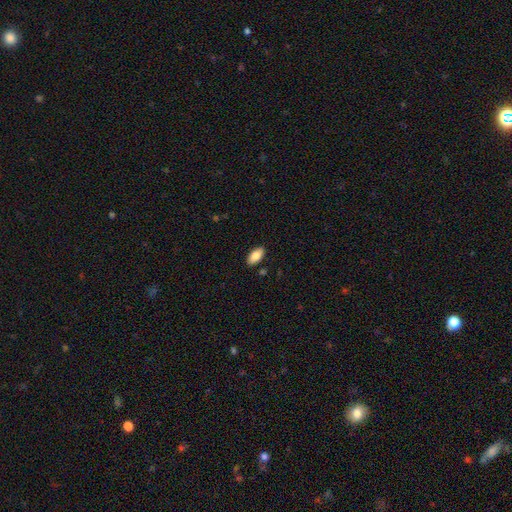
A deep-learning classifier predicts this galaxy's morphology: The model was most divided on "smooth or featured": smooth: 82%, featured or disk: 11%, star or artifact: 7%. More confident: how rounded — in between (92%); merging — none (88%).